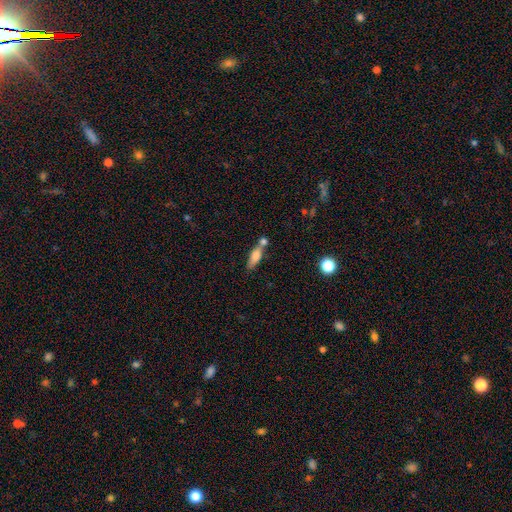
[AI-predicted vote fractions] Q: Smooth or featured?
A: smooth (73%); runner-up: featured or disk (19%)
Q: How rounded?
A: in between (53%); runner-up: cigar-shaped (43%)
Q: Merging?
A: merger (41%); runner-up: none (40%)